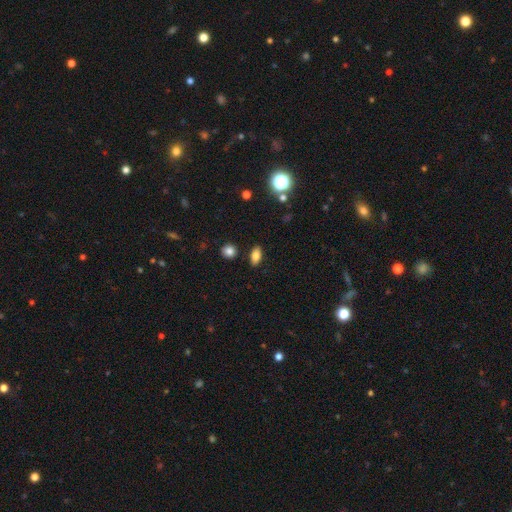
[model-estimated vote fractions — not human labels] Overall: smooth (81%). How rounded: in between (87%). Merging: none (87%).